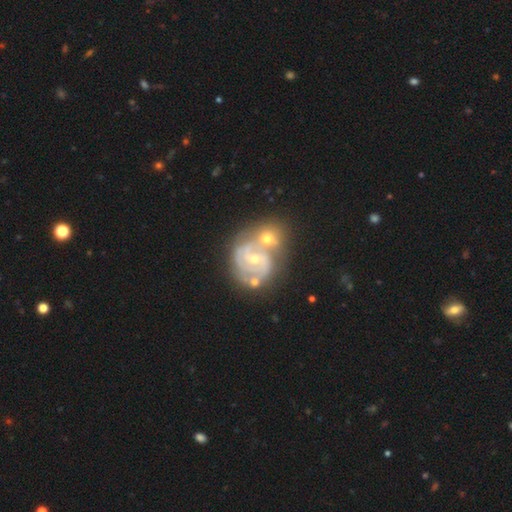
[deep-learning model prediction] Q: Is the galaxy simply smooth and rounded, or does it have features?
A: featured or disk — 75%.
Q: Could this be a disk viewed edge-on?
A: no — 97%.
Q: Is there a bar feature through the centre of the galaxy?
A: no — 50%.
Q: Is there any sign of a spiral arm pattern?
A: yes — 81%.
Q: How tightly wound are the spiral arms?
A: tight — 45%.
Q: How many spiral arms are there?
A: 2 — 53%.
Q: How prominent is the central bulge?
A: small — 61%.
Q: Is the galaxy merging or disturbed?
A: merger — 52%.